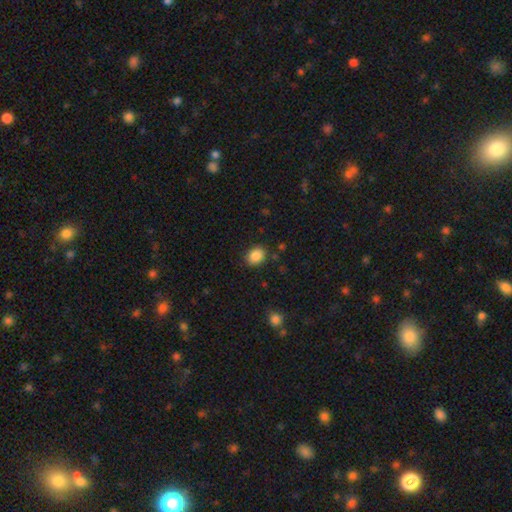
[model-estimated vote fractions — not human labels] A smooth galaxy with no disk features (87%) that is in between round and cigar-shaped (51%). Merging: none (85%).